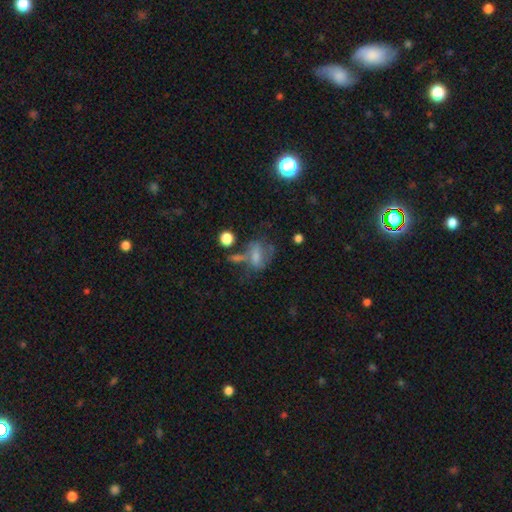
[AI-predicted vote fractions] The model was most divided on "merging": none: 32%, major disturbance: 29%, minor disturbance: 21%, merger: 18%. Remaining: smooth or featured — smooth (49%).